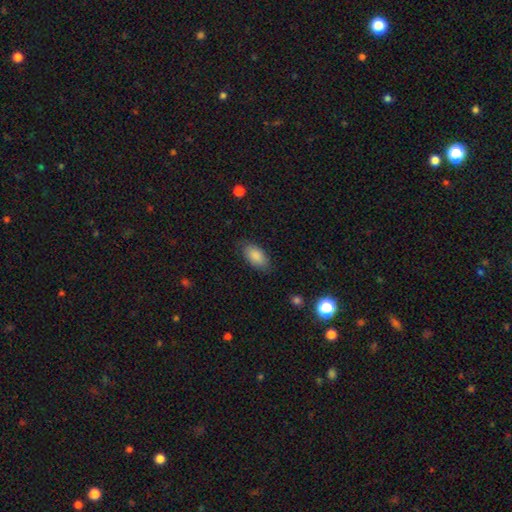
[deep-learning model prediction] The model was most divided on "merging": none: 81%, minor disturbance: 14%, major disturbance: 4%, merger: 1%. More confident: how rounded — in between (93%); smooth or featured — smooth (87%).